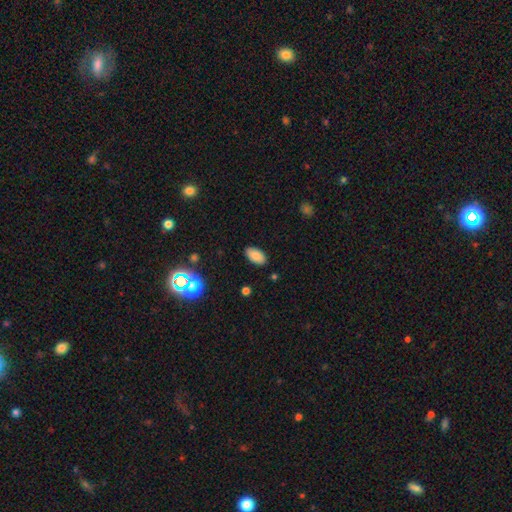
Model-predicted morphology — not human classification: This is clearly a smooth galaxy (85%). How rounded: clearly in between (94%). Merging: clearly none (88%).